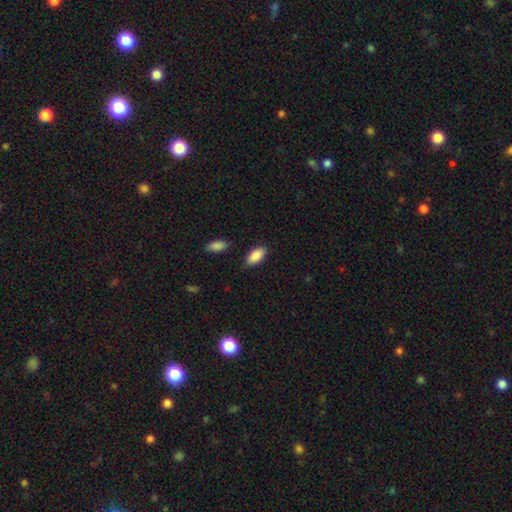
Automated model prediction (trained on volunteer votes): Smooth or featured?
  - smooth: 88% *
  - star or artifact: 6%
  - featured or disk: 6%
How rounded?
  - in between: 90% *
  - cigar-shaped: 7%
  - round: 2%
Merging?
  - none: 83% *
  - minor disturbance: 12%
  - merger: 3%
  - major disturbance: 2%